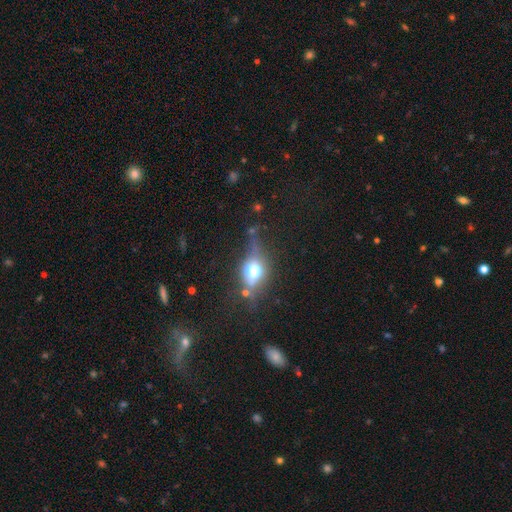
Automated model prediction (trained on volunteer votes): A featured or disk galaxy (39%).

Vote fractions:
- Smooth or featured? featured or disk: 39% / smooth: 34% / star or artifact: 27%
- Merging? none: 61% / minor disturbance: 18% / major disturbance: 13% / merger: 8%